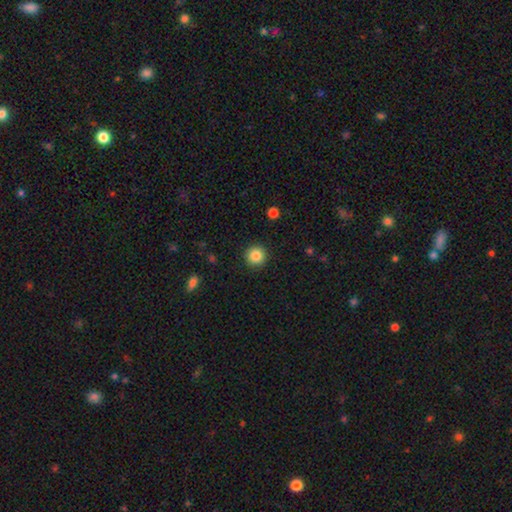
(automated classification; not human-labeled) A smooth galaxy with no disk features (86%) that is round (95%).

Vote fractions:
- Smooth or featured? smooth: 86% / star or artifact: 10% / featured or disk: 5%
- How rounded? round: 95% / in between: 4% / cigar-shaped: 1%
- Merging? none: 92% / minor disturbance: 5% / major disturbance: 2% / merger: 1%